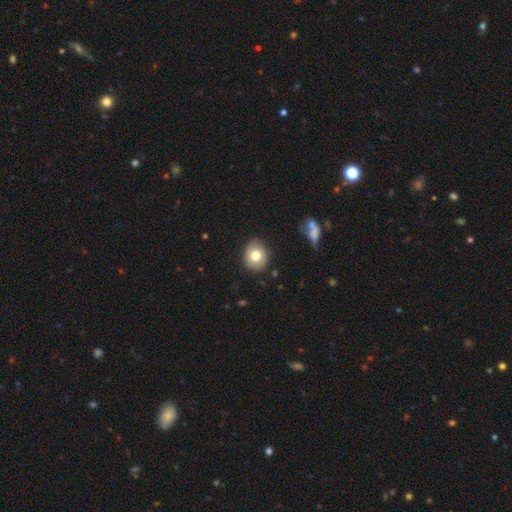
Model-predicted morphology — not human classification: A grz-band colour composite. It shows a smooth galaxy with no disk features (73%) that is round (68%). Merging: none (79%).